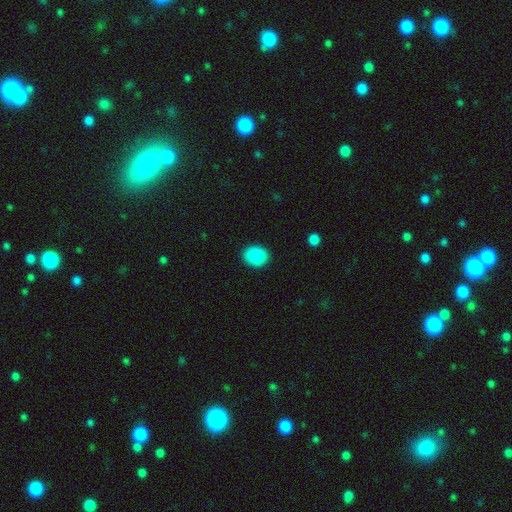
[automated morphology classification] smooth-or-featured: smooth: 89% | star or artifact: 8% | featured or disk: 4%
  how-rounded: round: 55% | in between: 45% | cigar-shaped: 1%
  merging: none: 90% | minor disturbance: 7% | major disturbance: 2% | merger: 1%